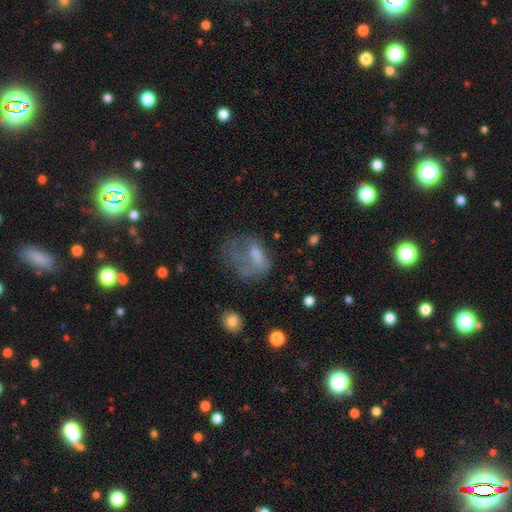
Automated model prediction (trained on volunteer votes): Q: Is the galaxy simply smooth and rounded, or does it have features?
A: smooth — 49%.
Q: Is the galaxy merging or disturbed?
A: major disturbance — 52%.